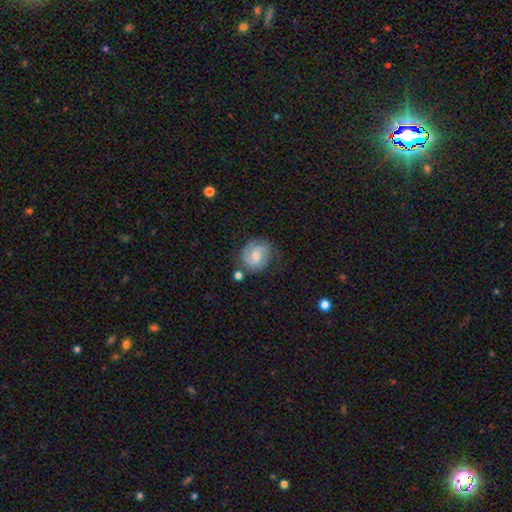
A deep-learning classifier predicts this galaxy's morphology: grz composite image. It shows a featured or disk galaxy (63%) with no bar (53%), 2 (71%) medium (45%) spiral arms (91%) and a moderate central bulge (53%). Merging: none (69%).